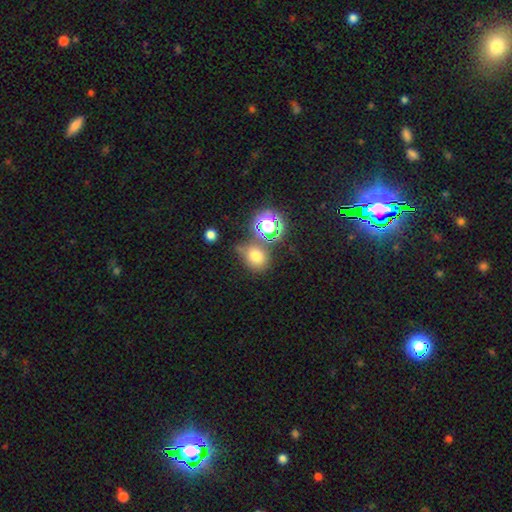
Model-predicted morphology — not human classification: This appears to be a smooth galaxy with no disk features (67%) that is round (63%). Merging: none (60%).